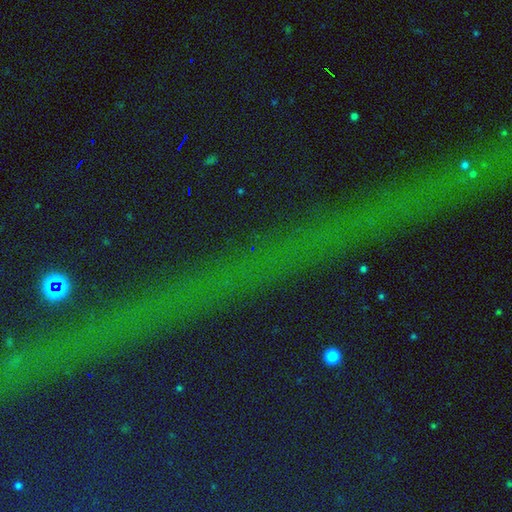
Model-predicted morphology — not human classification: smooth-or-featured: star or artifact: 75% | smooth: 13% | featured or disk: 12%